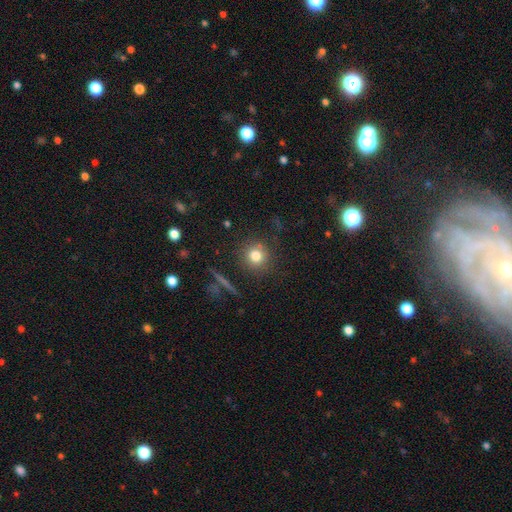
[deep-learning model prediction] Morphology: type=smooth (78%); roundness=round (93%); merging=none (83%).